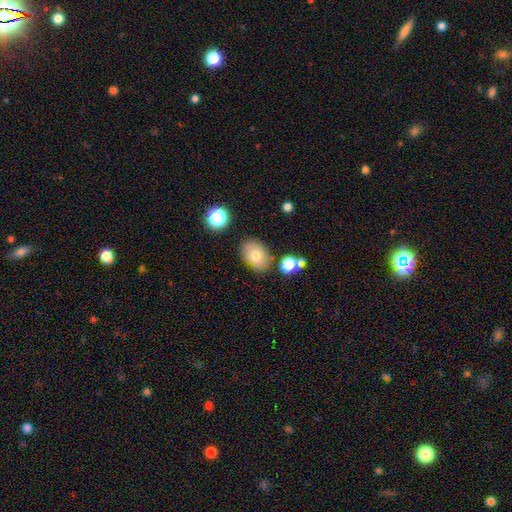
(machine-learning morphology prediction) type=smooth (75%); roundness=in between (74%); merging=none (78%).